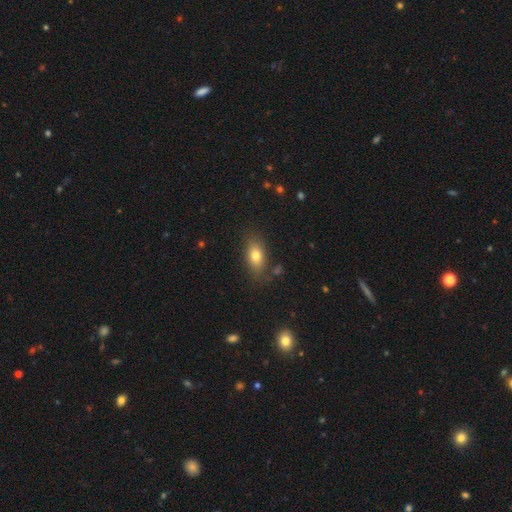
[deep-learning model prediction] This appears to be a smooth galaxy with no disk features (77%) that is in between round and cigar-shaped (82%). Merging: none (79%).